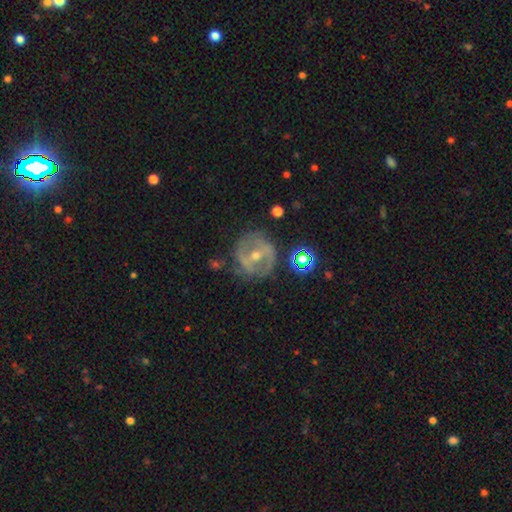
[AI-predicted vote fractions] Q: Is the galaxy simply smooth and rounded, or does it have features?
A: featured or disk — 77%.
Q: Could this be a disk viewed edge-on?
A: no — 95%.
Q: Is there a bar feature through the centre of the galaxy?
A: strong — 42%.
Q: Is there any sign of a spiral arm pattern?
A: yes — 71%.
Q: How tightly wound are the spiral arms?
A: tight — 42%.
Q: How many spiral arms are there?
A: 2 — 66%.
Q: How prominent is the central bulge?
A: moderate — 52%.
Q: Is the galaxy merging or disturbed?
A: none — 73%.